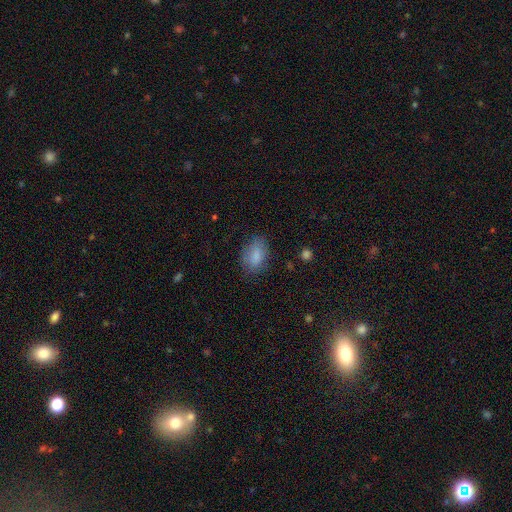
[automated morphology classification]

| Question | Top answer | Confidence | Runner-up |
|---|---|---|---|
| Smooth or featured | smooth | 85% | featured or disk (8%) |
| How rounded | in between | 86% | round (12%) |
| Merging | none | 77% | minor disturbance (17%) |